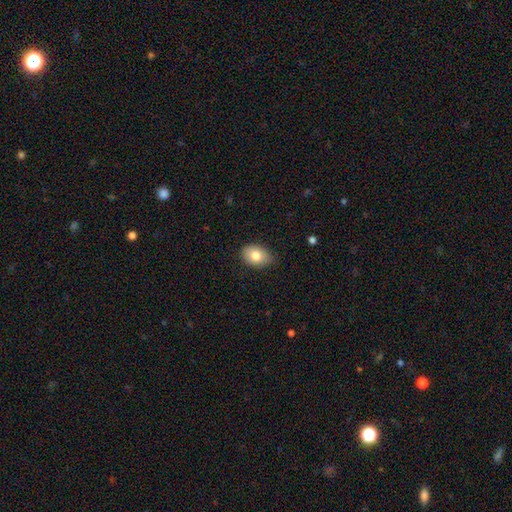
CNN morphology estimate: Q: Smooth or featured?
A: smooth (80%); runner-up: featured or disk (13%)
Q: How rounded?
A: in between (81%); runner-up: round (18%)
Q: Merging?
A: none (79%); runner-up: minor disturbance (17%)